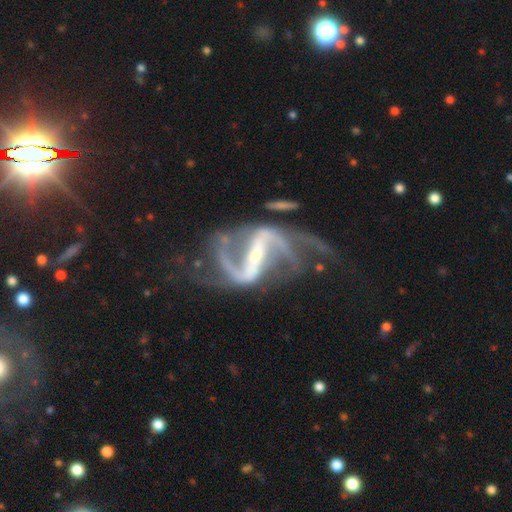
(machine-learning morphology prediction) Smooth or featured: featured or disk — 92% (star or artifact — 5%)
Edge-on disk: no — 96% (yes — 4%)
Bar: strong — 76% (weak — 18%)
Spiral arms: yes — 97% (no — 3%)
Spiral winding: loose — 58% (medium — 33%)
Spiral arm count: 2 — 88% (3 — 3%)
Bulge size: small — 60% (moderate — 25%)
Merging: none — 43% (major disturbance — 32%)